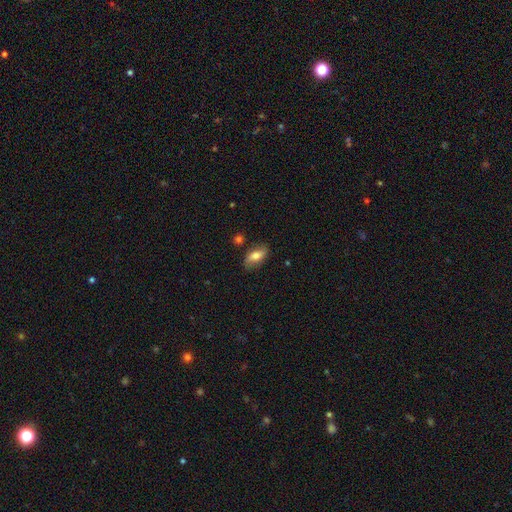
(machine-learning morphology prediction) Smooth or featured?
  - smooth: 70% *
  - featured or disk: 23%
  - star or artifact: 7%
How rounded?
  - in between: 86% *
  - cigar-shaped: 9%
  - round: 5%
Merging?
  - none: 76% *
  - minor disturbance: 17%
  - major disturbance: 4%
  - merger: 3%